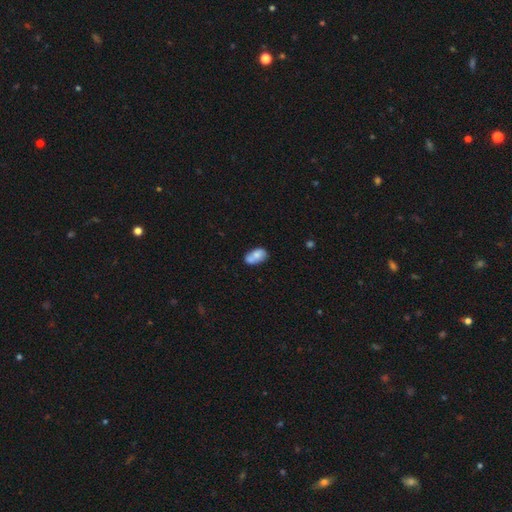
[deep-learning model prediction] Smooth or featured? Predicted: smooth (p=0.72). How rounded? Predicted: in between (p=0.90). Merging? Predicted: none (p=0.47).